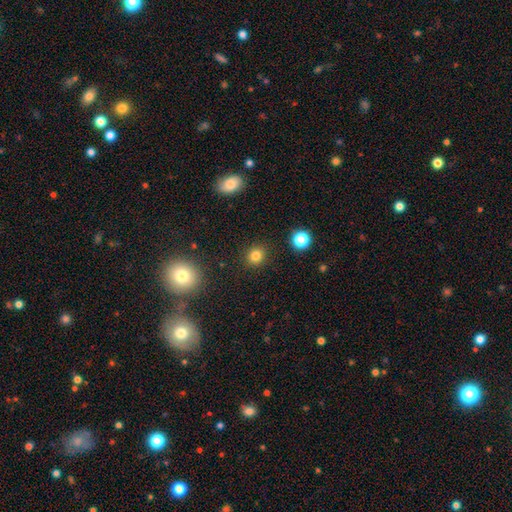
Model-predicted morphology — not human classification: Smooth or featured? smooth (81%)
How rounded? round (83%)
Merging? none (90%)